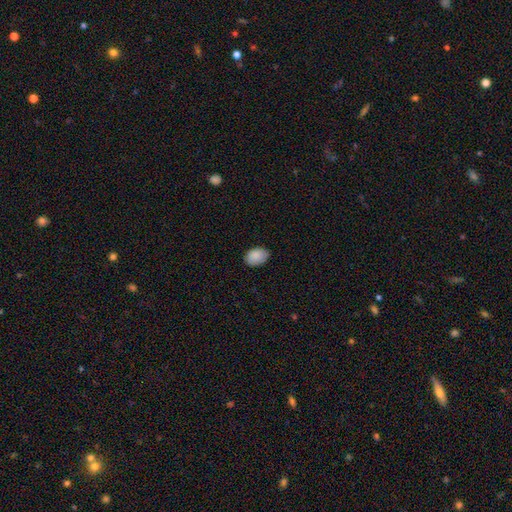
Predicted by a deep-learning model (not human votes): Smooth or featured? smooth (89%)
How rounded? in between (85%)
Merging? none (83%)